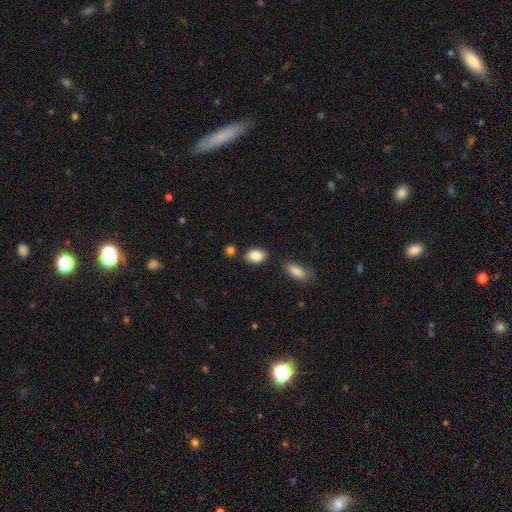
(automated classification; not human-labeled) Morphology: type=smooth (88%); roundness=in between (85%); merging=none (80%).